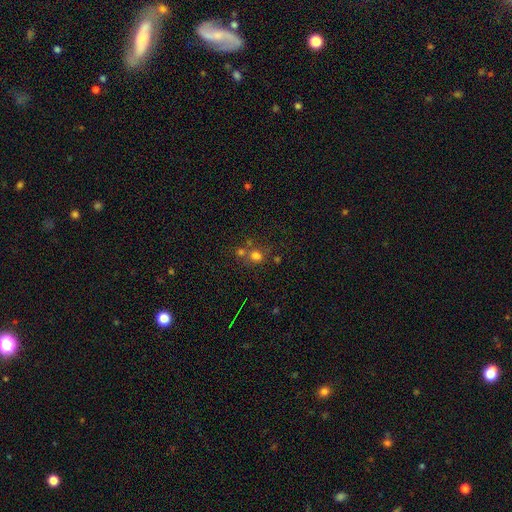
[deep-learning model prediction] Smooth or featured? Predicted: smooth (p=0.69). How rounded? Predicted: round (p=0.77). Merging? Predicted: none (p=0.53).